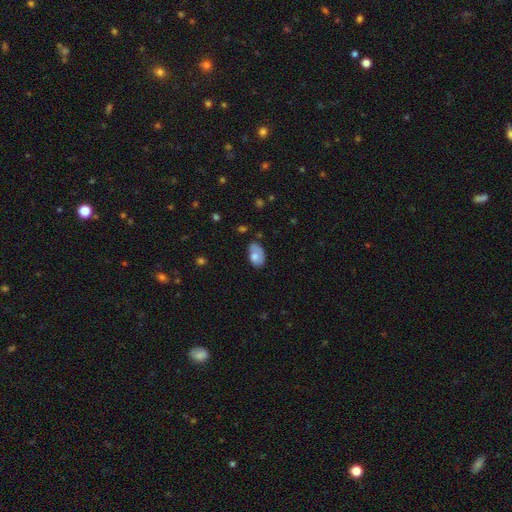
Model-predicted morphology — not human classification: This appears to be a smooth galaxy with no disk features (73%) that is in between round and cigar-shaped (90%). Merging: none (44%).